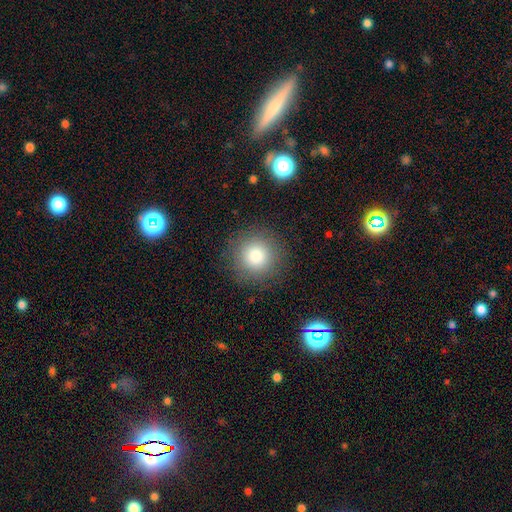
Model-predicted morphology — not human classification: A smooth galaxy with no disk features (80%) that is round (95%). Merging: none (89%).